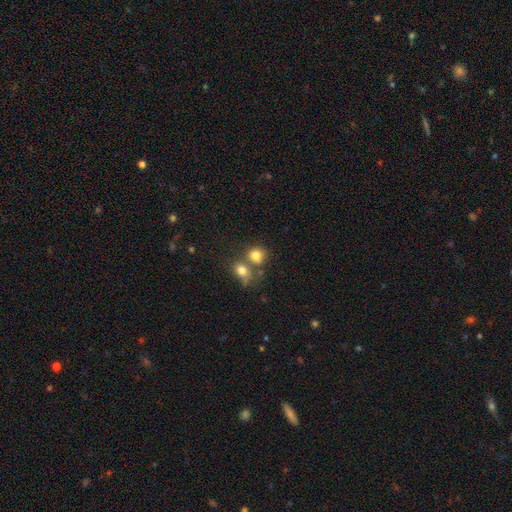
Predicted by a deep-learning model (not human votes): The model was most divided on "merging": none: 48%, merger: 38%, minor disturbance: 10%, major disturbance: 4%. More confident: smooth or featured — smooth (79%); how rounded — round (73%).